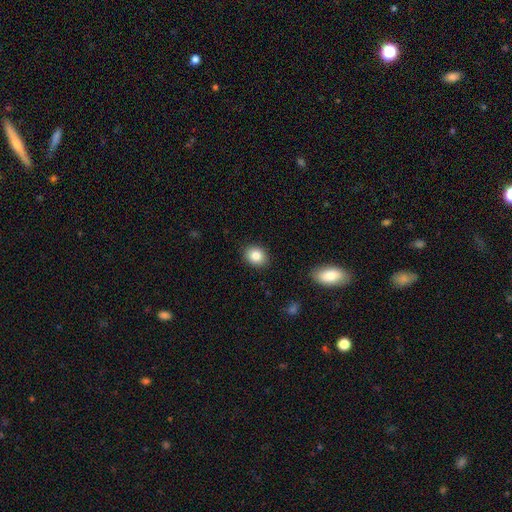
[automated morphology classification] smooth-or-featured: smooth: 84% | star or artifact: 9% | featured or disk: 7%
  how-rounded: round: 55% | in between: 45% | cigar-shaped: 1%
  merging: none: 89% | minor disturbance: 8% | major disturbance: 2% | merger: 1%